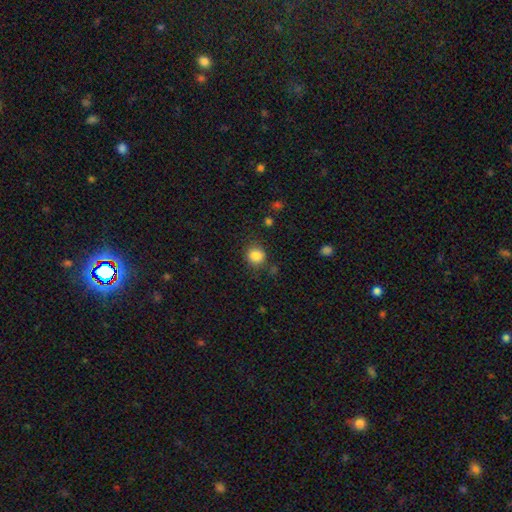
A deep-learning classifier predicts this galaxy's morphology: Smooth or featured: smooth — 85% (star or artifact — 10%)
How rounded: round — 83% (in between — 16%)
Merging: none — 78% (minor disturbance — 14%)